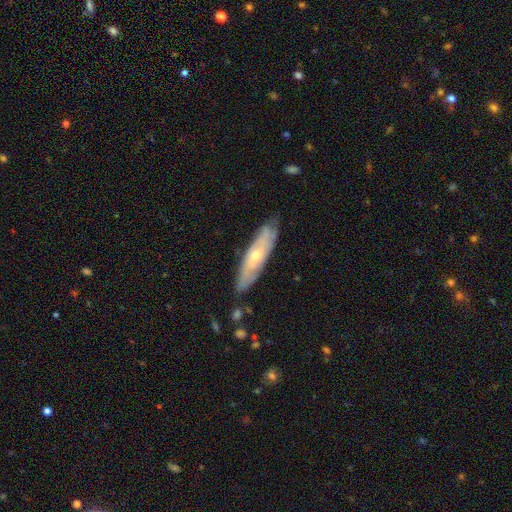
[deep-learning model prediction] This appears to be a featured or disk galaxy (64%). Merging: none (78%).